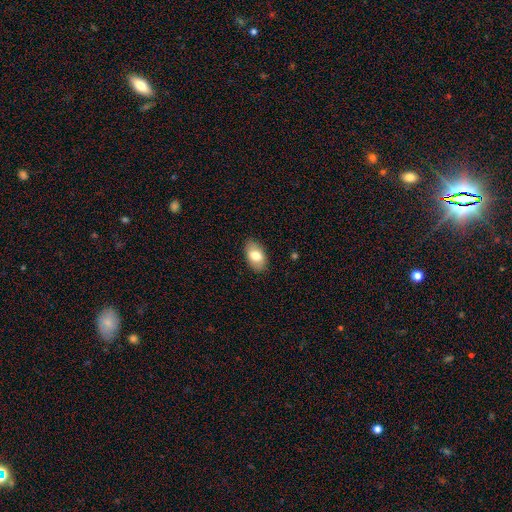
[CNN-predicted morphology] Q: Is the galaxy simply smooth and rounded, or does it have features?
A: smooth — 77%.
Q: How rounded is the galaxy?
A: in between — 92%.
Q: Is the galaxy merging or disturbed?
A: none — 87%.